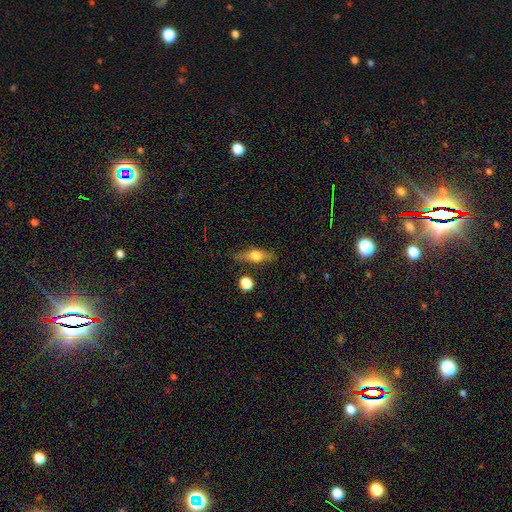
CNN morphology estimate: The model was most divided on "smooth or featured": smooth: 46%, featured or disk: 45%, star or artifact: 9%. More confident: merging — none (74%).